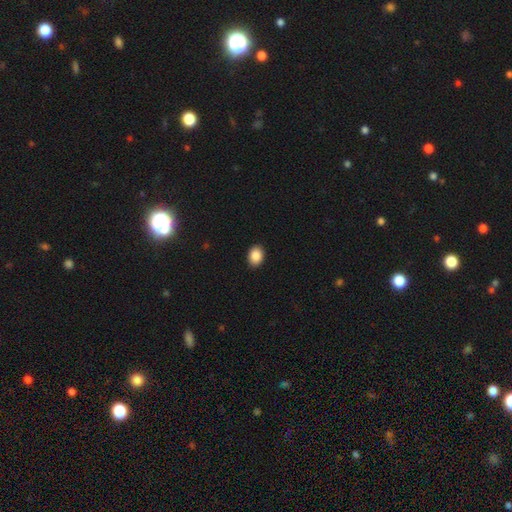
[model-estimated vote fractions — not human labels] This appears to be a smooth galaxy with no disk features (88%) that is in between round and cigar-shaped (69%). Merging: none (91%).